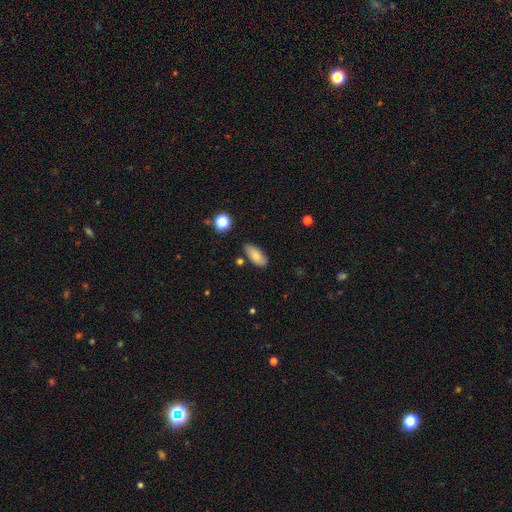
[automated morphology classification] The model was most divided on "merging": none: 77%, minor disturbance: 17%, merger: 3%, major disturbance: 3%. More confident: how rounded — in between (88%); smooth or featured — smooth (81%).